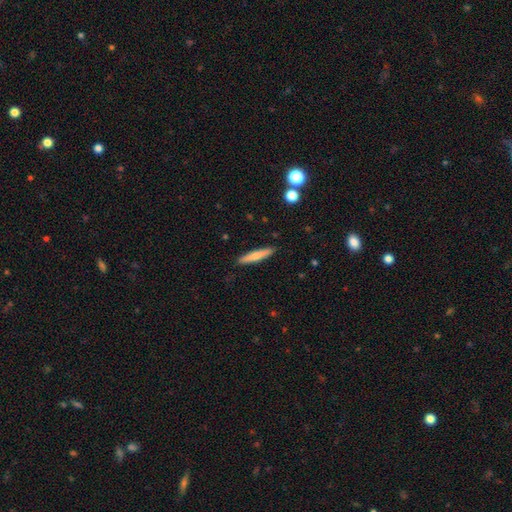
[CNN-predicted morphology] Smooth or featured: smooth — 70% (featured or disk — 25%)
How rounded: cigar-shaped — 90% (in between — 9%)
Merging: none — 89% (minor disturbance — 8%)